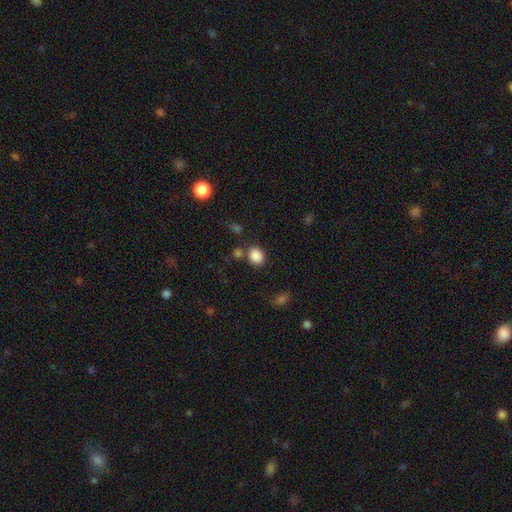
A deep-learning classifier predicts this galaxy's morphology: This appears to be a smooth galaxy with no disk features (86%) that is round (58%). Merging: none (73%).